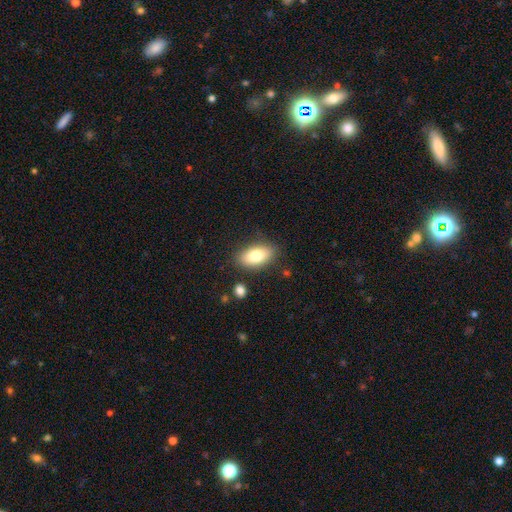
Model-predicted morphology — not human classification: Overall: smooth (80%). How rounded: in between (91%). Merging: none (83%).